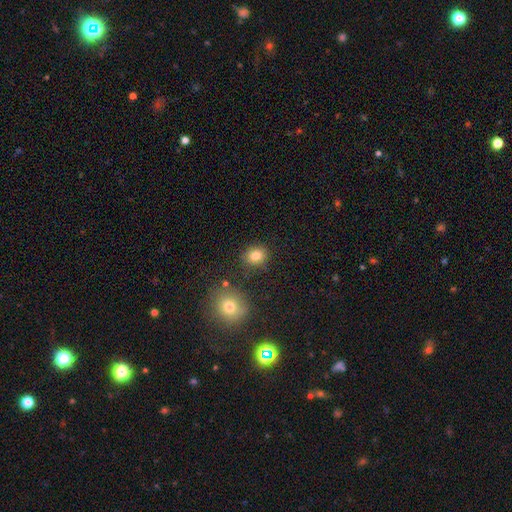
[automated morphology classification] This is clearly a smooth galaxy (83%). How rounded: likely round (66%). Merging: clearly none (84%).